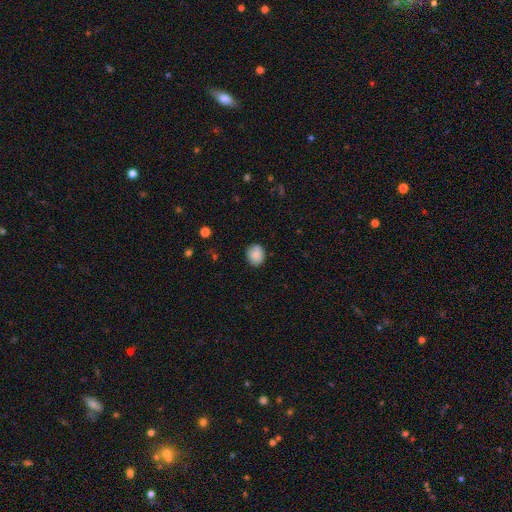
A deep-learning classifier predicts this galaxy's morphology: This is clearly a smooth galaxy (88%). How rounded: likely round (73%). Merging: clearly none (87%).